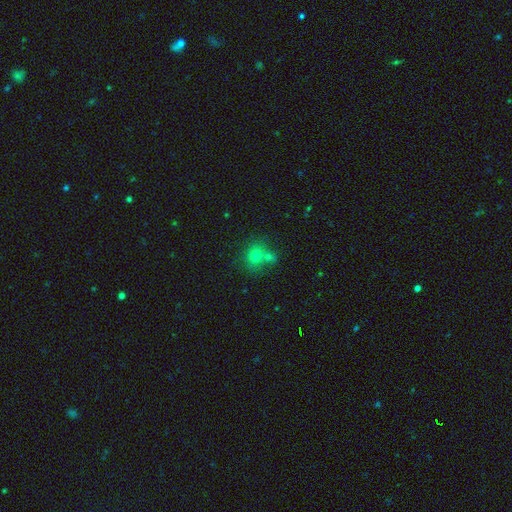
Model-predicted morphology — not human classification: smooth_or_featured: smooth (p=0.71) [alt: star or artifact p=0.18]
how_rounded: round (p=0.75) [alt: in between p=0.24]
merging: none (p=0.51) [alt: merger p=0.35]